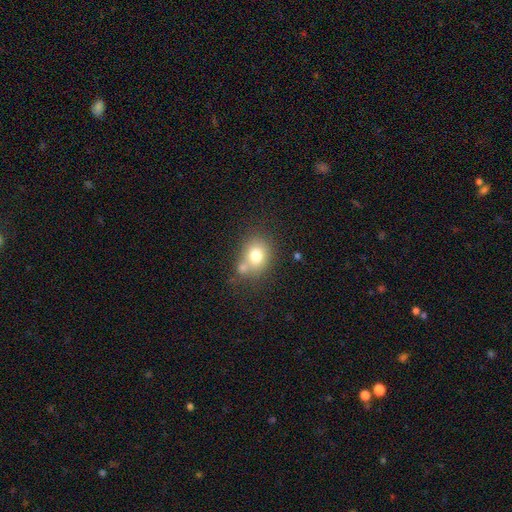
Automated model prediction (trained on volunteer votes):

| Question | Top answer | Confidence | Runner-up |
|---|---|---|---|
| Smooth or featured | smooth | 75% | featured or disk (14%) |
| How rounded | round | 53% | in between (46%) |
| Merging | none | 53% | merger (27%) |